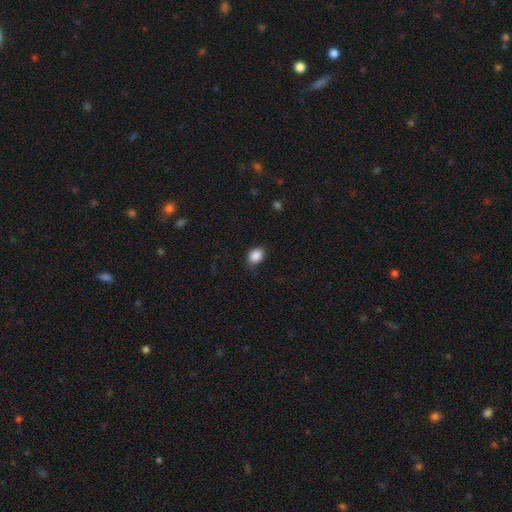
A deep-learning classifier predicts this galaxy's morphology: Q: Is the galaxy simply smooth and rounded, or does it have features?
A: smooth — 88%.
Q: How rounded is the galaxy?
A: in between — 66%.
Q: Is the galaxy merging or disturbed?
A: none — 78%.